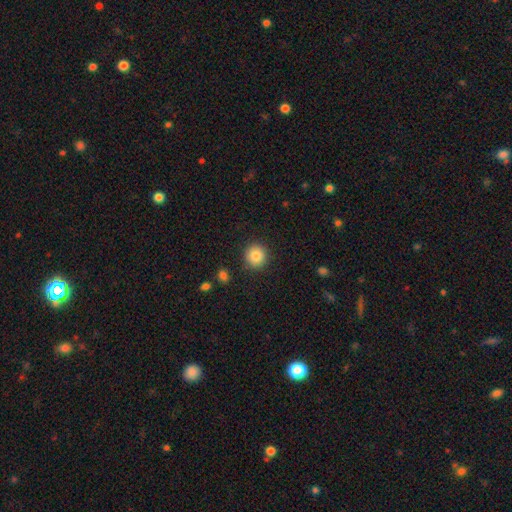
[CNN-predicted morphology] Smooth or featured? smooth (85%)
How rounded? round (93%)
Merging? none (90%)